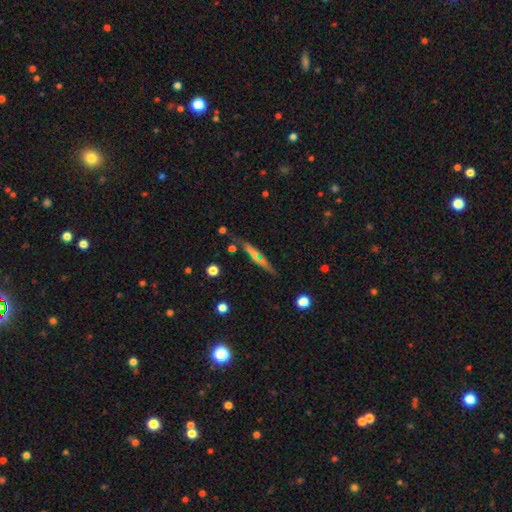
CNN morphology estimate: Overall: featured or disk (49%; smooth 42%). Merging: none (77%).